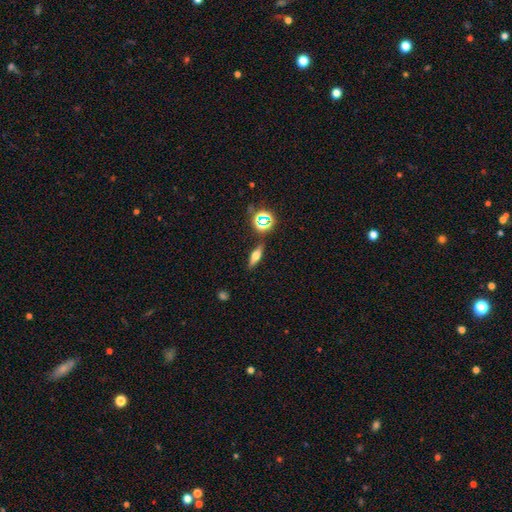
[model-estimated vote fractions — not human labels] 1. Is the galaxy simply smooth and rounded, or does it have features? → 44% smooth, 41% featured or disk, 15% star or artifact.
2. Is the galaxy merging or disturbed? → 85% none, 9% minor disturbance, 3% merger, 3% major disturbance.